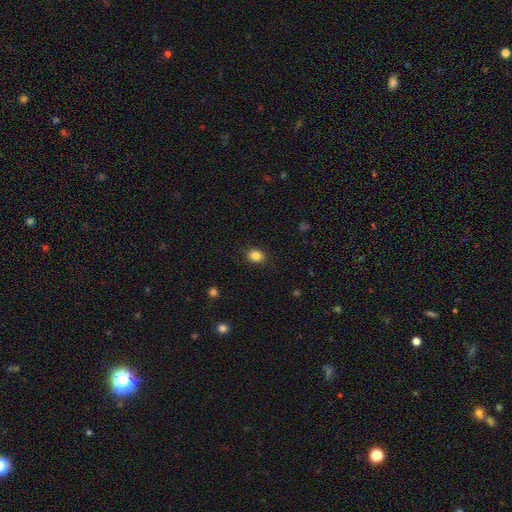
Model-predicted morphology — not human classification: Smooth or featured?
  - smooth: 86% *
  - star or artifact: 10%
  - featured or disk: 4%
How rounded?
  - in between: 56% *
  - round: 43%
  - cigar-shaped: 1%
Merging?
  - none: 88% *
  - minor disturbance: 9%
  - major disturbance: 2%
  - merger: 1%